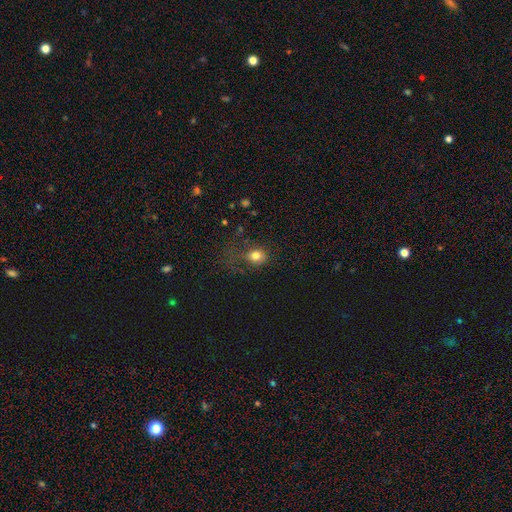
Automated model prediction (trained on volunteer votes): Smooth or featured? smooth (78%)
How rounded? round (65%)
Merging? none (52%)